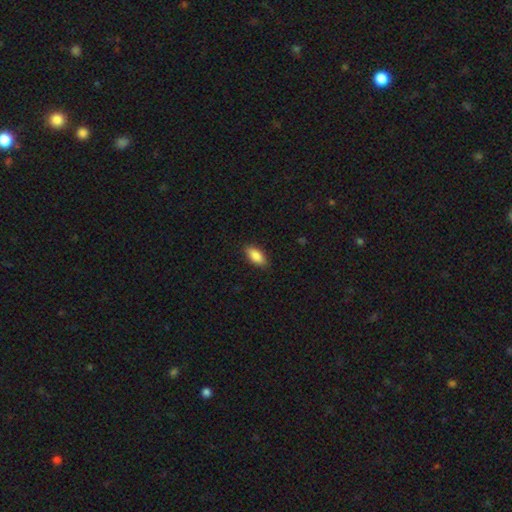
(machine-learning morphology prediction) This is clearly a smooth galaxy (87%). How rounded: clearly in between (90%). Merging: clearly none (88%).